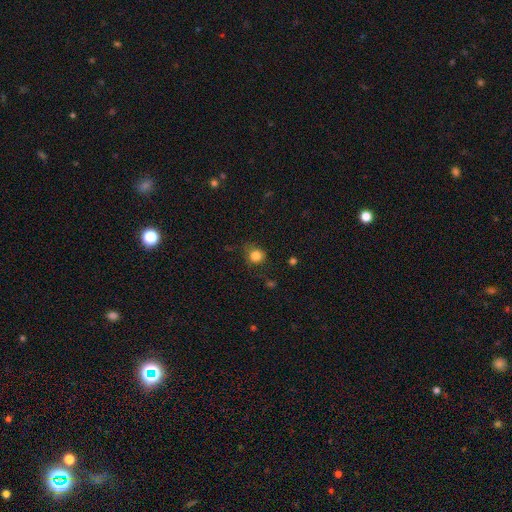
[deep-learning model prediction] smooth 83%, star or artifact 12%, featured or disk 5%. Down the decision tree: how rounded — round (84%); merging — none (73%).